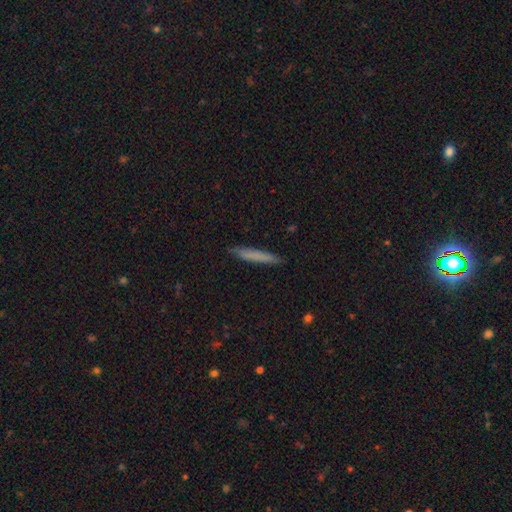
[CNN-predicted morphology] This appears to be a smooth galaxy with no disk features (74%) that is cigar-shaped (96%). Merging: none (89%).